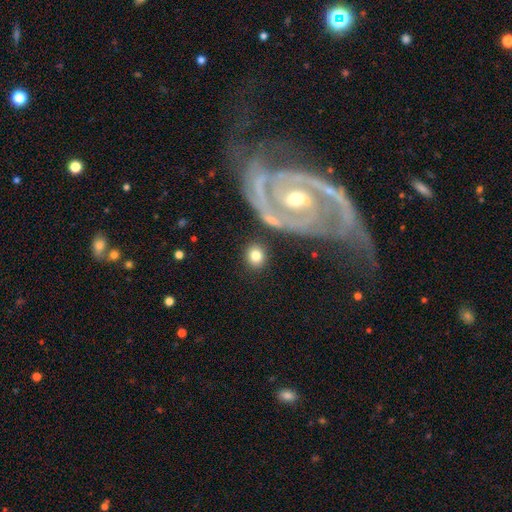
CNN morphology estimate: This is likely a smooth galaxy (79%). How rounded: likely round (74%). Merging: likely none (80%).